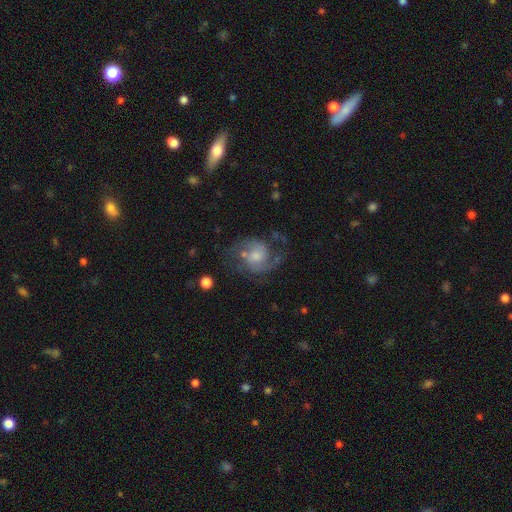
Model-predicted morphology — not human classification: Smooth or featured? Predicted: featured or disk (p=0.82). Edge-on disk? Predicted: no (p=0.98). Bar? Predicted: no (p=0.60). Spiral arms? Predicted: yes (p=0.94). Spiral winding? Predicted: medium (p=0.54). Spiral arm count? Predicted: 2 (p=0.84). Bulge size? Predicted: moderate (p=0.44). Merging? Predicted: none (p=0.60).